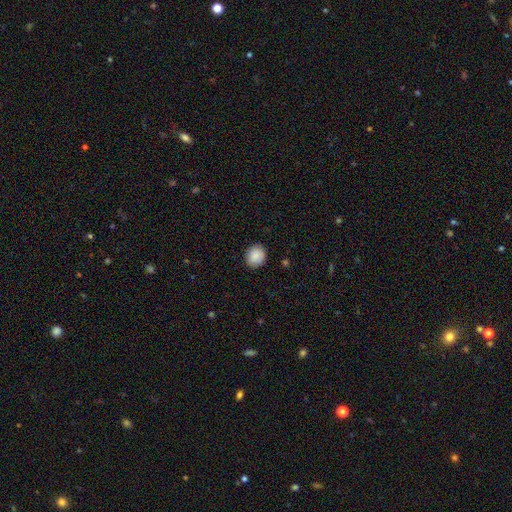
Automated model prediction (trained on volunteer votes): Overall: smooth (89%). How rounded: round (75%). Merging: none (90%).